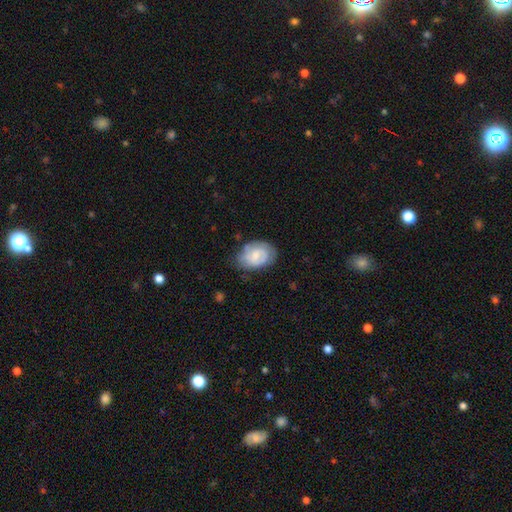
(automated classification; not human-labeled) featured or disk 50%, smooth 43%, star or artifact 6%. Down the decision tree: edge-on disk — no (97%); merging — none (63%).